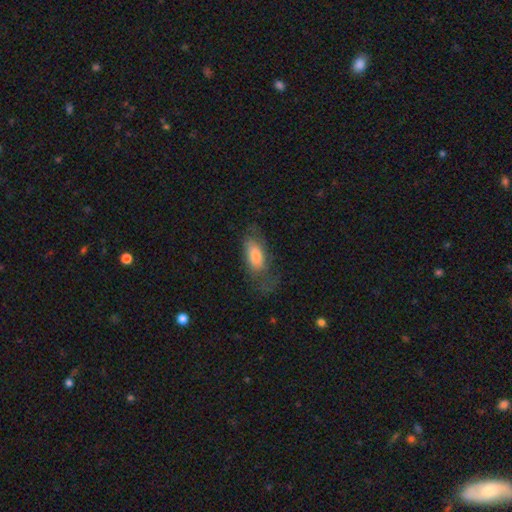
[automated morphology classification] smooth-or-featured: smooth: 71% | featured or disk: 21% | star or artifact: 7%
  how-rounded: in between: 84% | cigar-shaped: 13% | round: 3%
  merging: none: 46% | minor disturbance: 26% | major disturbance: 26% | merger: 2%